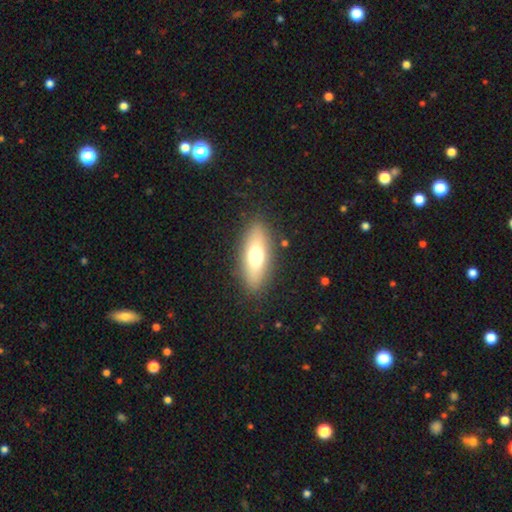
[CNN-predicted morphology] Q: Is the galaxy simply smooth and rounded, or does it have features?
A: smooth — 65%.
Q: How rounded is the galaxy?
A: in between — 67%.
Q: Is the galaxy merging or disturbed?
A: none — 86%.